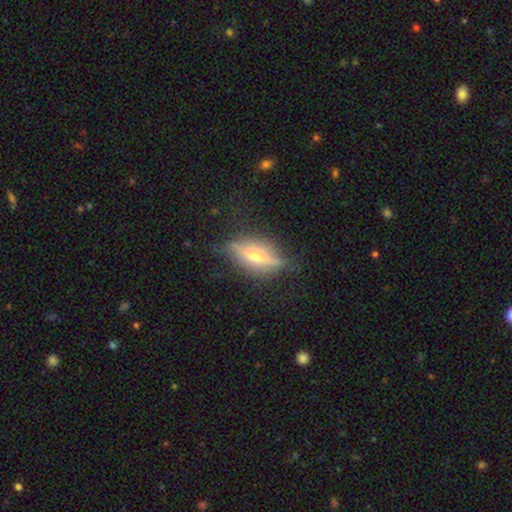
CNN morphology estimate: Smooth or featured? Predicted: featured or disk (p=0.68). Edge-on disk? Predicted: yes (p=0.87). Edge-on bulge? Predicted: rounded (p=0.87). Merging? Predicted: none (p=0.73).